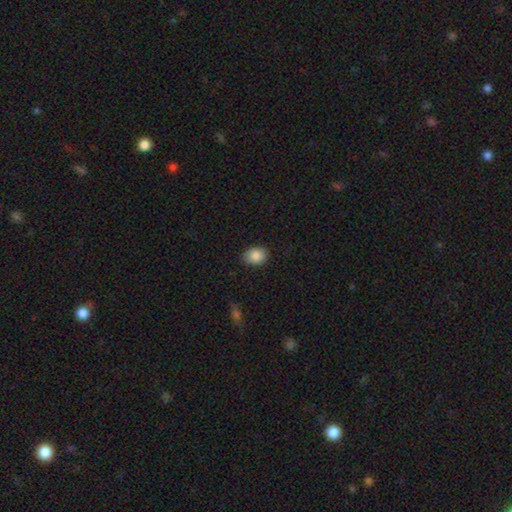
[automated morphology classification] The model was most divided on "how rounded": in between: 62%, round: 37%, cigar-shaped: 1%. More confident: smooth or featured — smooth (87%); merging — none (86%).